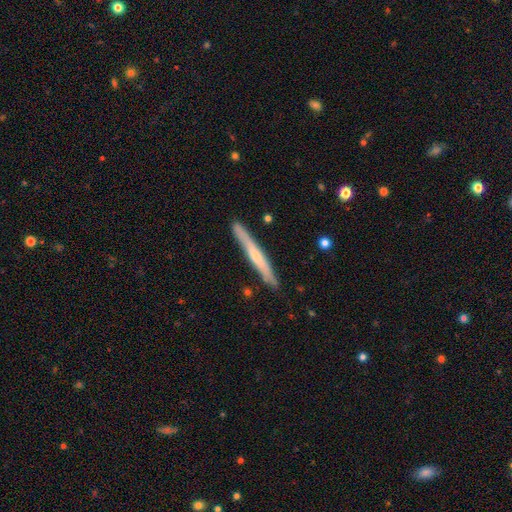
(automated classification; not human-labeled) This is possibly a featured or disk galaxy (52%). It is clearly viewed edge-on (95%). Merging: clearly none (88%).